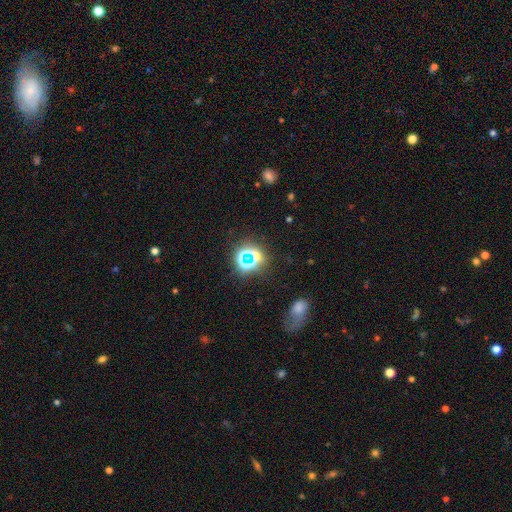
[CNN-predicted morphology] type=star or artifact (67%).